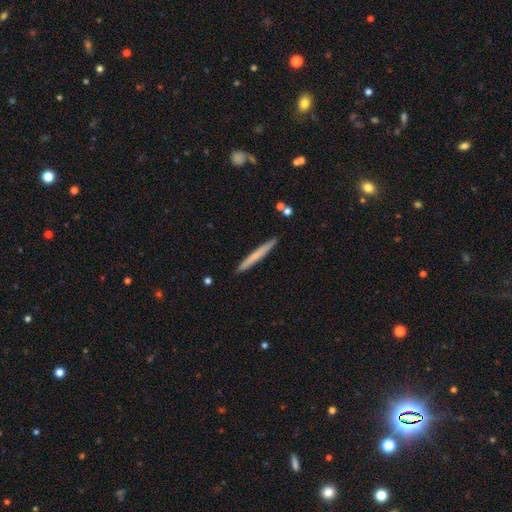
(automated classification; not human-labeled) This is likely a smooth galaxy (65%). How rounded: clearly cigar-shaped (97%). Merging: clearly none (92%).